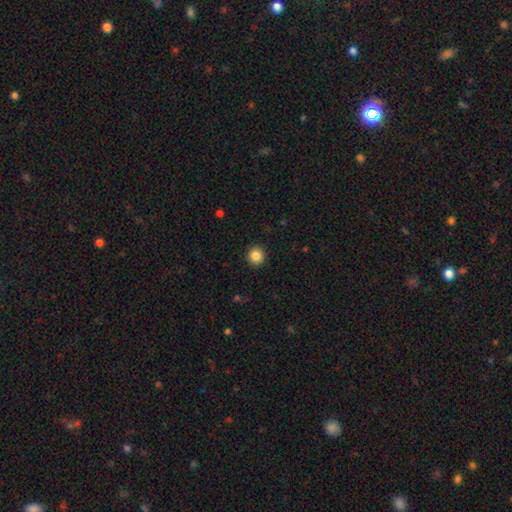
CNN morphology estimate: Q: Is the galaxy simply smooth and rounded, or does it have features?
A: smooth — 86%.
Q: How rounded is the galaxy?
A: round — 93%.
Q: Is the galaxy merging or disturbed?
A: none — 92%.